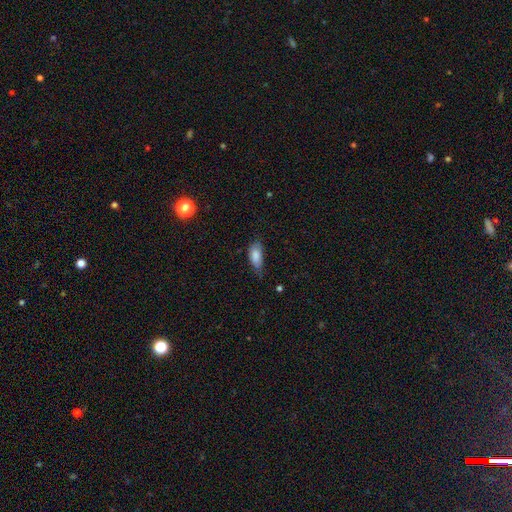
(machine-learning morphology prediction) smooth 83%, featured or disk 10%, star or artifact 7%. Down the decision tree: how rounded — in between (86%); merging — none (52%).